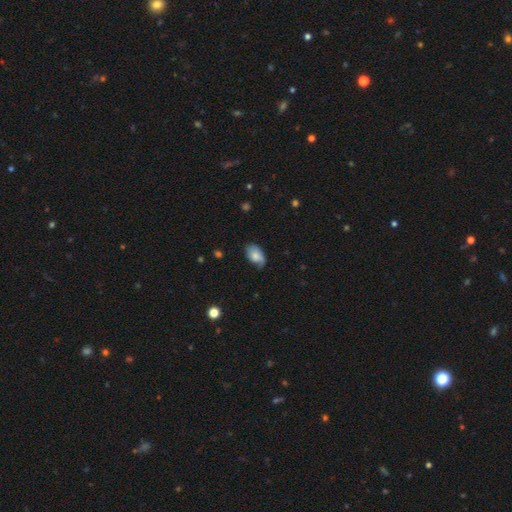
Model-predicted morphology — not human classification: The model was most divided on "merging": none: 57%, minor disturbance: 33%, major disturbance: 9%, merger: 2%. More confident: how rounded — in between (91%); smooth or featured — smooth (71%).